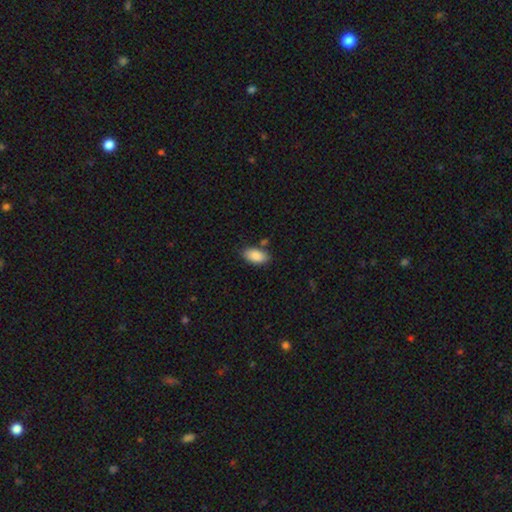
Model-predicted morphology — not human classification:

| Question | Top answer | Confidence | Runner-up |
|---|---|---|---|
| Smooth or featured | smooth | 88% | star or artifact (7%) |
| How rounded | in between | 94% | round (4%) |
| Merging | none | 79% | minor disturbance (13%) |